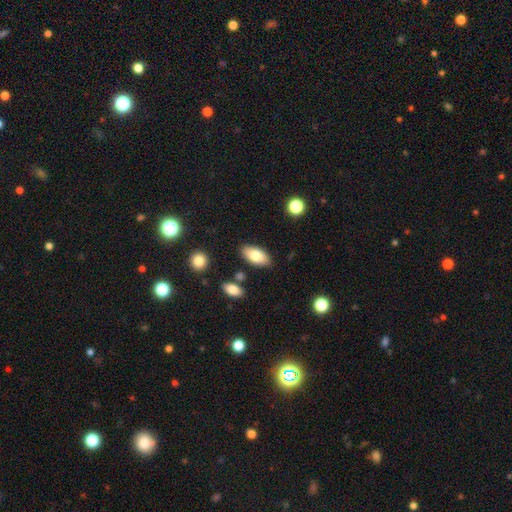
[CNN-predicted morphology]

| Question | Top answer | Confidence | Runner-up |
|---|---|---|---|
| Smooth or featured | smooth | 79% | featured or disk (14%) |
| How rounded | in between | 92% | cigar-shaped (5%) |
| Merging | none | 83% | minor disturbance (11%) |